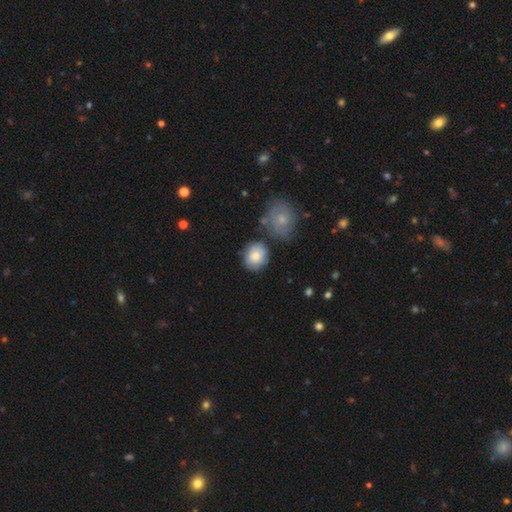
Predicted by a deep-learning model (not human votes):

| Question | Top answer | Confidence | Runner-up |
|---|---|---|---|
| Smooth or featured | smooth | 76% | featured or disk (17%) |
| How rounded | round | 71% | in between (28%) |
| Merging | none | 63% | minor disturbance (20%) |